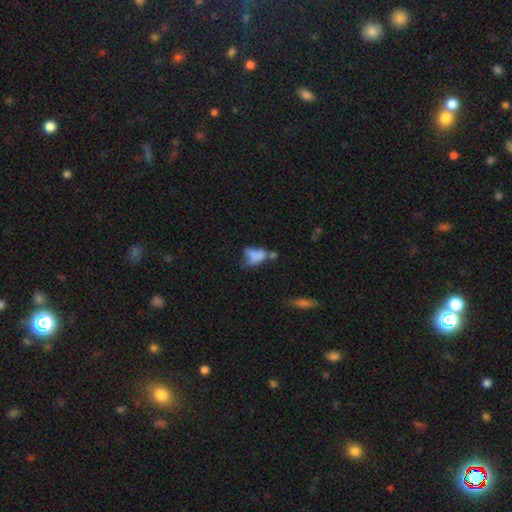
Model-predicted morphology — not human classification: smooth-or-featured: smooth: 65% | featured or disk: 23% | star or artifact: 12%
  how-rounded: in between: 83% | round: 11% | cigar-shaped: 6%
  merging: merger: 28% | major disturbance: 26% | none: 24% | minor disturbance: 22%